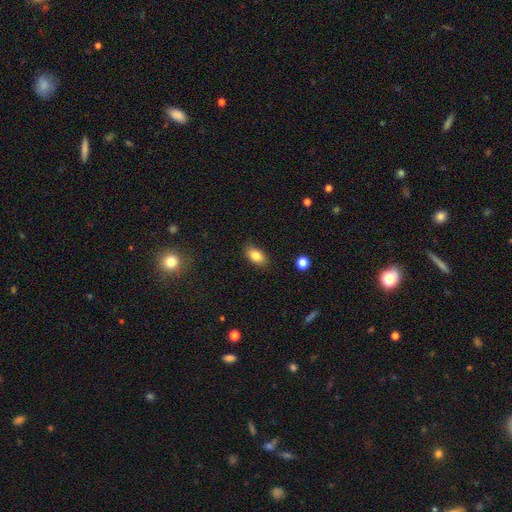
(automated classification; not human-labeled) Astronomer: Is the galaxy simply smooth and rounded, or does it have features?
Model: smooth — 84%.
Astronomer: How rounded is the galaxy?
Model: in between — 88%.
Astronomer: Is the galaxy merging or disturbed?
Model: none — 84%.